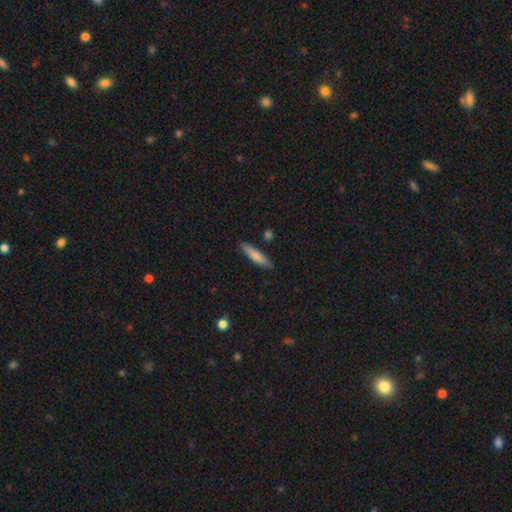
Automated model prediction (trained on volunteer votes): This is likely a smooth galaxy (78%). How rounded: clearly cigar-shaped (85%). Merging: clearly none (86%).